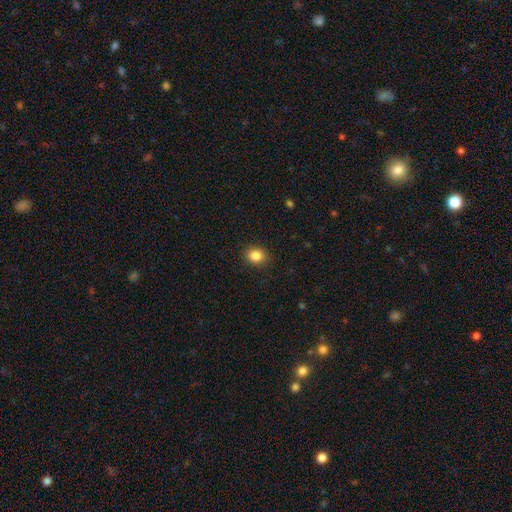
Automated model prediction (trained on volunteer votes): smooth-or-featured: smooth: 85% | star or artifact: 10% | featured or disk: 5%
  how-rounded: round: 57% | in between: 42% | cigar-shaped: 1%
  merging: none: 89% | minor disturbance: 8% | major disturbance: 2% | merger: 1%